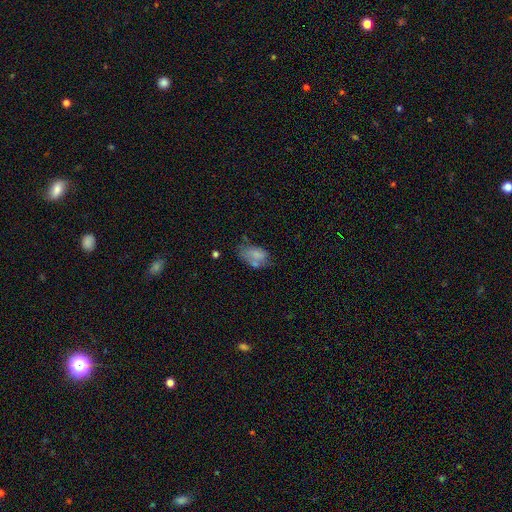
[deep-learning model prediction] Morphology: type=smooth (68%); roundness=in between (90%); merging=none (38%).